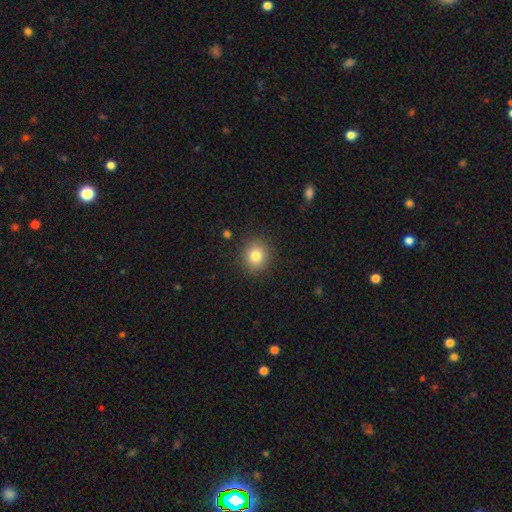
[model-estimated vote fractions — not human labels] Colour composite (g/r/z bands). It shows a smooth galaxy with no disk features (82%) that is round (82%). Merging: none (89%).